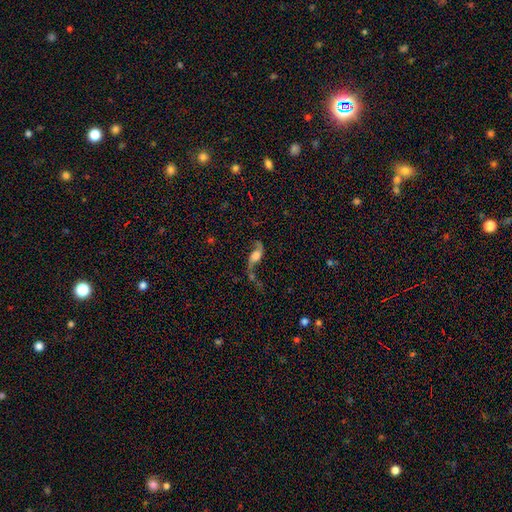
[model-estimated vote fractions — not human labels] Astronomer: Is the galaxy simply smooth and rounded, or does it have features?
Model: featured or disk — 69%.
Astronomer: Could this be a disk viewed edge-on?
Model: no — 87%.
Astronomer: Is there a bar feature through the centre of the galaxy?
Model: no — 61%.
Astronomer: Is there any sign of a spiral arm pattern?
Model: yes — 90%.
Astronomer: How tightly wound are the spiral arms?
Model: loose — 91%.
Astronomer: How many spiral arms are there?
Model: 2 — 89%.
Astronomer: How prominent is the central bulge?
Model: large — 43% (runner-up: moderate, 23%).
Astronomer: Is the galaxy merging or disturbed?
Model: none — 44% (runner-up: merger, 20%).